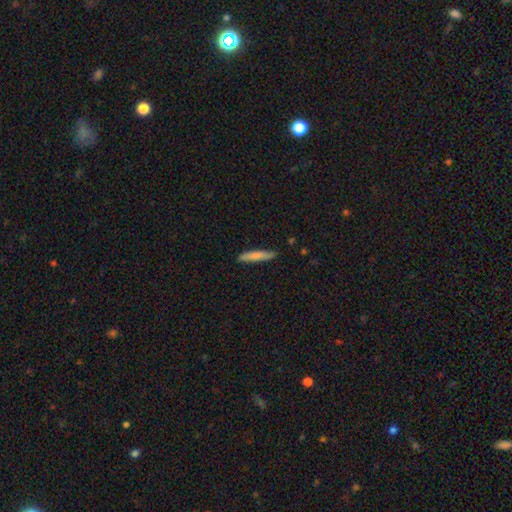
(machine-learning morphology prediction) Smooth or featured? smooth (77%)
How rounded? cigar-shaped (91%)
Merging? none (87%)